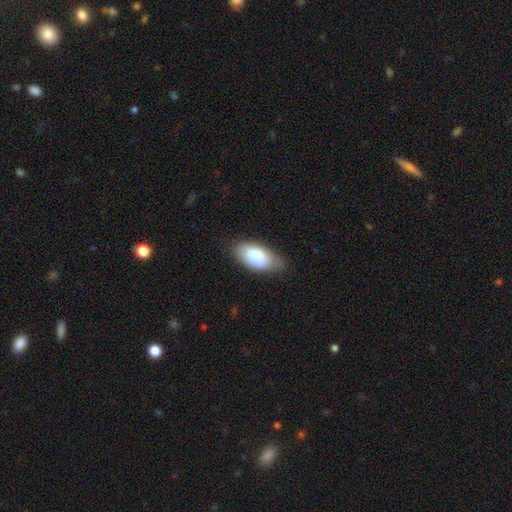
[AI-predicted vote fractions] Smooth or featured: smooth — 78% (featured or disk — 16%)
How rounded: in between — 93% (cigar-shaped — 4%)
Merging: none — 64% (minor disturbance — 28%)